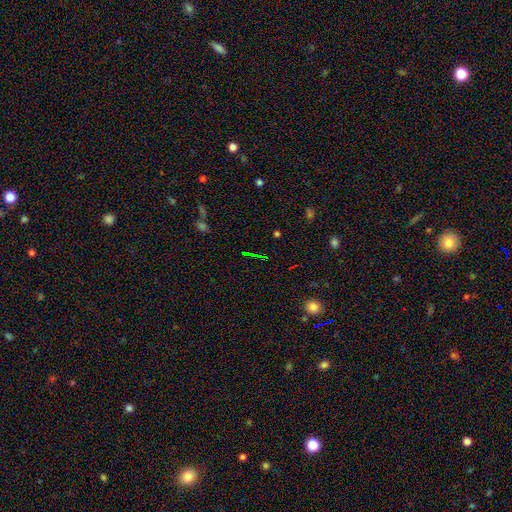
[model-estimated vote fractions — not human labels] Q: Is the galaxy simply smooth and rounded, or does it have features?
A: star or artifact — 70%.